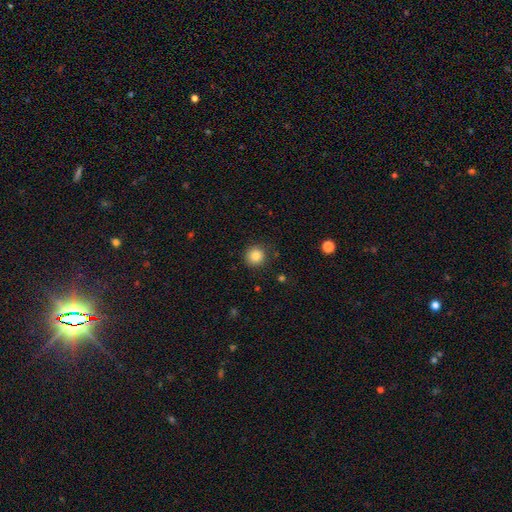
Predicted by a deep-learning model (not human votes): smooth_or_featured: smooth (p=0.85) [alt: star or artifact p=0.10]
how_rounded: round (p=0.94) [alt: in between p=0.05]
merging: none (p=0.88) [alt: minor disturbance p=0.08]